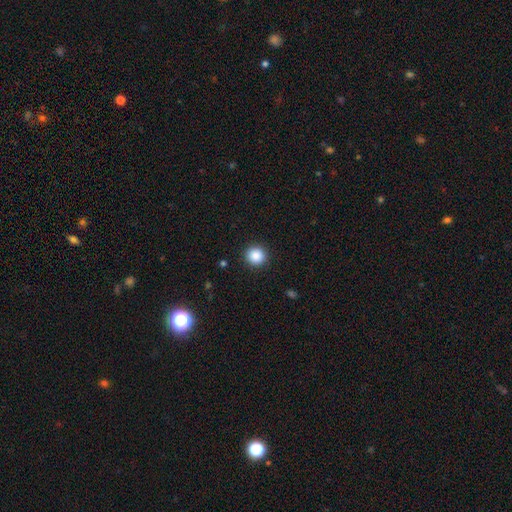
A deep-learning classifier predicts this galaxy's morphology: smooth 88%, star or artifact 9%, featured or disk 3%. Down the decision tree: how rounded — round (92%); merging — none (92%).